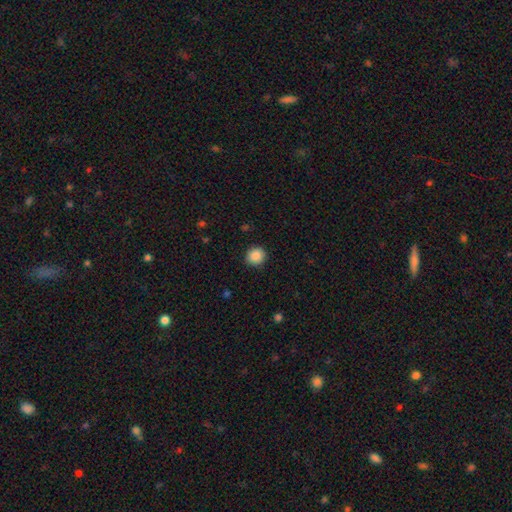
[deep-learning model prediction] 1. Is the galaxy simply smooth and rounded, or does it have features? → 88% smooth, 9% star or artifact, 3% featured or disk.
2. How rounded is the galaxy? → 90% round, 9% in between, 1% cigar-shaped.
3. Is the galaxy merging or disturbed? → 90% none, 7% minor disturbance, 2% major disturbance, 1% merger.